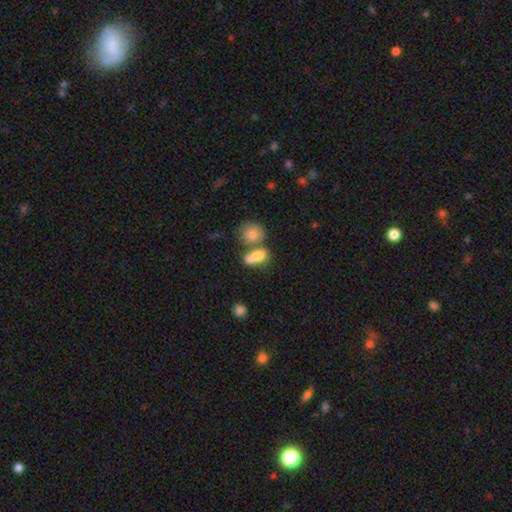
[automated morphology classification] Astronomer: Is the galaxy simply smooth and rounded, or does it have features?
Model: smooth — 75%.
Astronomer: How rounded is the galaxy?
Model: in between — 69%.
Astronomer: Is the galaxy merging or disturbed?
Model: merger — 58%.